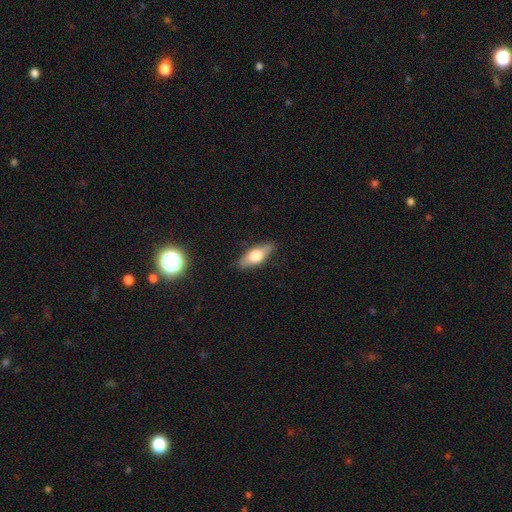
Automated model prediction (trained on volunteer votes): Smooth or featured? Predicted: smooth (p=0.54). How rounded? Predicted: in between (p=0.66). Merging? Predicted: none (p=0.84).